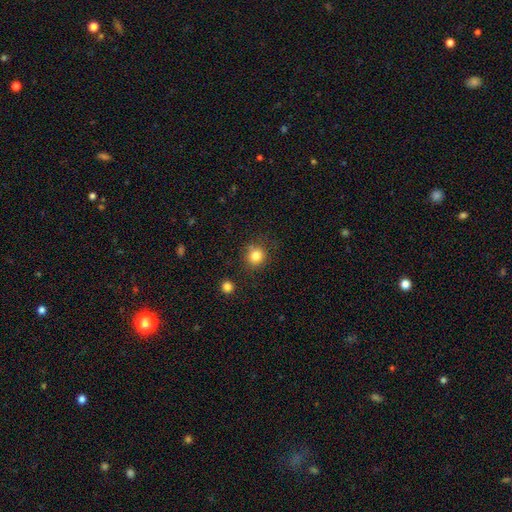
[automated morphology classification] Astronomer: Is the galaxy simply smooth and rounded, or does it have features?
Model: smooth — 83%.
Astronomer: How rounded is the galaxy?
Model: round — 89%.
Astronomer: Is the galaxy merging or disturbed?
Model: none — 81%.